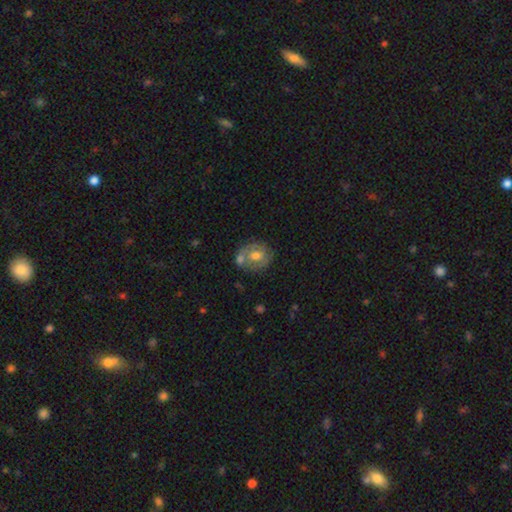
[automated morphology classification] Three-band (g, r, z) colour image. It shows a featured or disk galaxy (49%). Merging: none (52%).